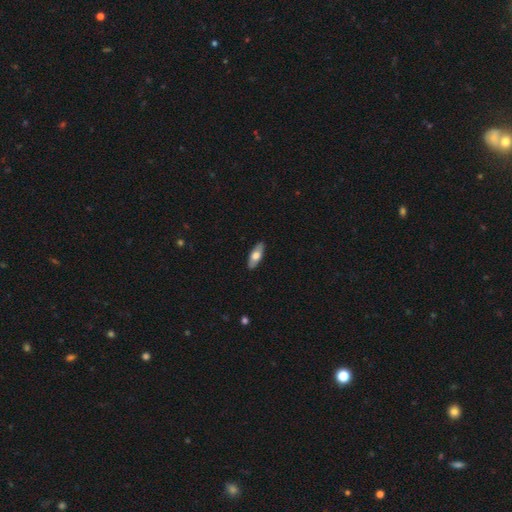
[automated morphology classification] This appears to be a smooth galaxy with no disk features (63%) that is in between round and cigar-shaped (73%). Merging: none (89%).